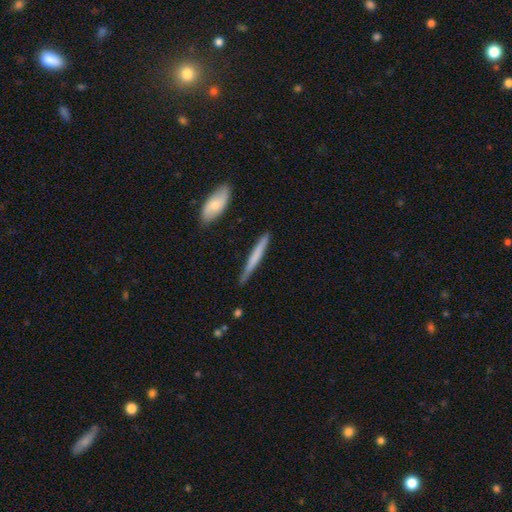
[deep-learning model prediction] Morphology: type=smooth (57%); roundness=cigar-shaped (96%); merging=none (85%).